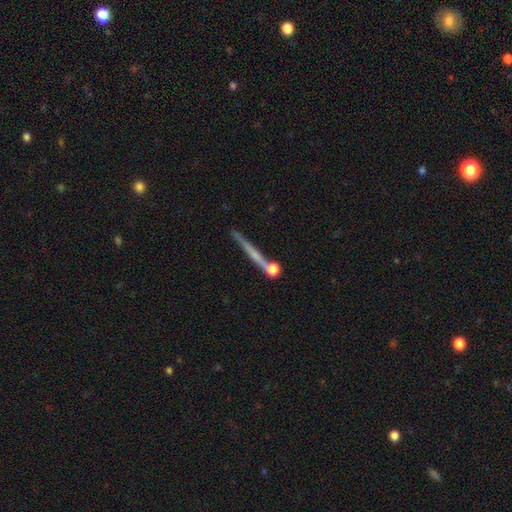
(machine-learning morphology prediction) A featured or disk galaxy (56%) viewed edge-on (93%) with no central bulge (59%).

Vote fractions:
- Smooth or featured? featured or disk: 56% / smooth: 34% / star or artifact: 10%
- Edge-on disk? yes: 93% / no: 7%
- Edge-on bulge? none: 59% / rounded: 32% / boxy: 9%
- Merging? none: 70% / merger: 13% / minor disturbance: 12% / major disturbance: 5%